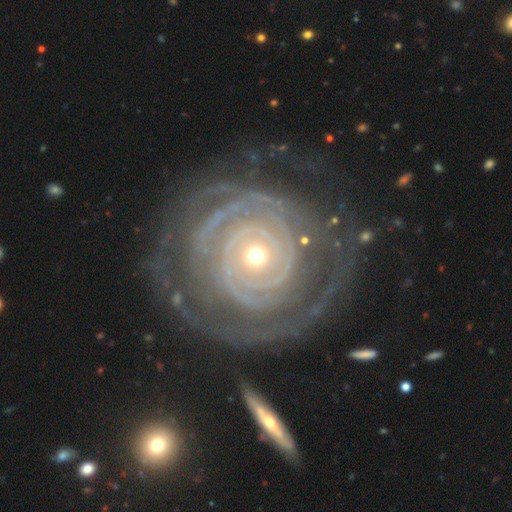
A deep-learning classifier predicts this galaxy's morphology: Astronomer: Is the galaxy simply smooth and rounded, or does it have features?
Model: featured or disk — 89%.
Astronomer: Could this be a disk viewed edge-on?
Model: no — 97%.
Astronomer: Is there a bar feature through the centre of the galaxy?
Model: no — 80%.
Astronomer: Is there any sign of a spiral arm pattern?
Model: yes — 93%.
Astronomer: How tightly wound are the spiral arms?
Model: tight — 88%.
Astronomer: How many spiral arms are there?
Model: can't tell — 31% (runner-up: 2, 24%).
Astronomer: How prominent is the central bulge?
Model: small — 65%.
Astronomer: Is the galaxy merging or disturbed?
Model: none — 69%.